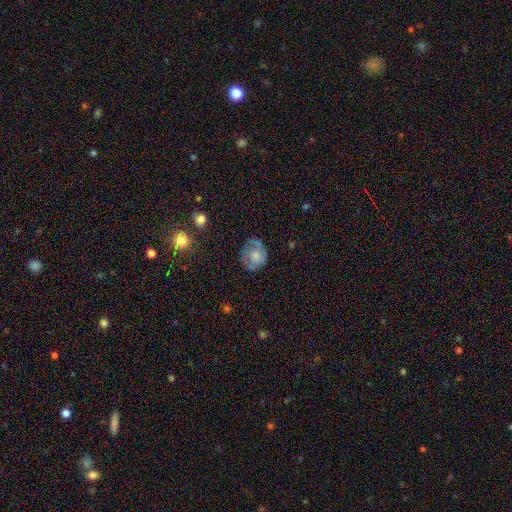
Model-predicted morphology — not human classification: A smooth galaxy with no disk features (55%) that is round (71%).

Vote fractions:
- Smooth or featured? smooth: 55% / featured or disk: 37% / star or artifact: 8%
- How rounded? round: 71% / in between: 27% / cigar-shaped: 1%
- Merging? none: 61% / minor disturbance: 25% / major disturbance: 12% / merger: 2%